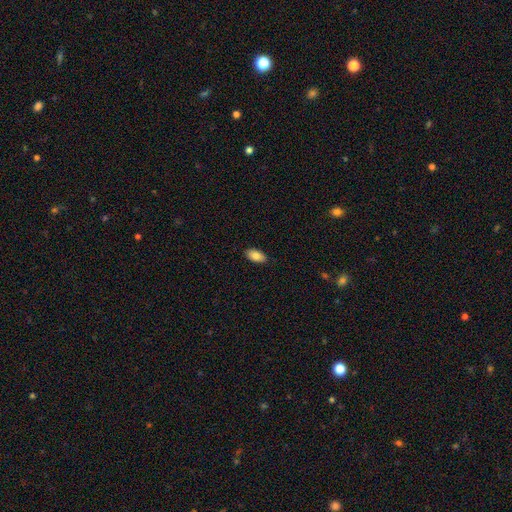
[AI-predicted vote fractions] Morphology: type=smooth (85%); roundness=in between (94%); merging=none (89%).